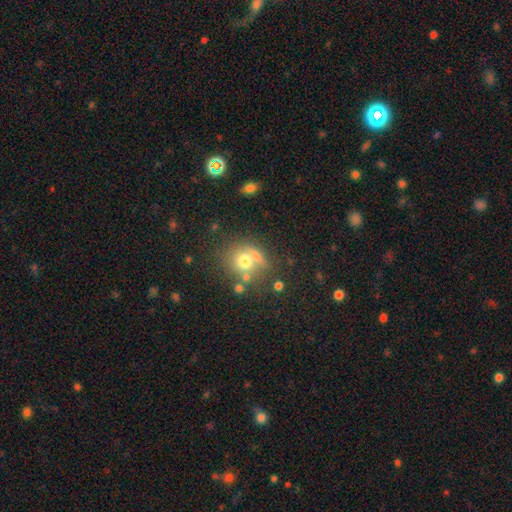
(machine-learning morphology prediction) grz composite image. It shows a smooth galaxy with no disk features (66%) that is round (79%). Merging: none (48%).